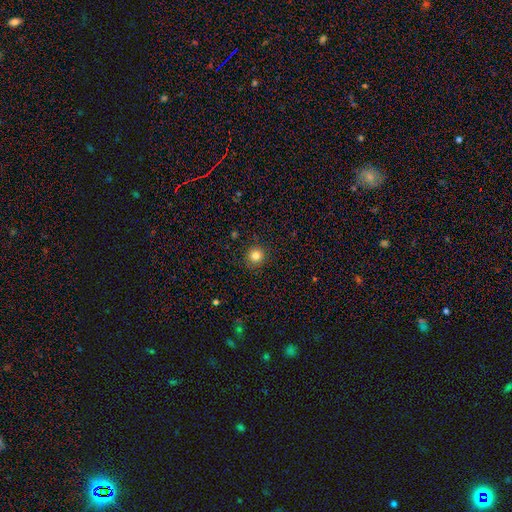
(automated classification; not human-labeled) Smooth or featured? Predicted: smooth (p=0.83). How rounded? Predicted: round (p=0.94). Merging? Predicted: none (p=0.91).